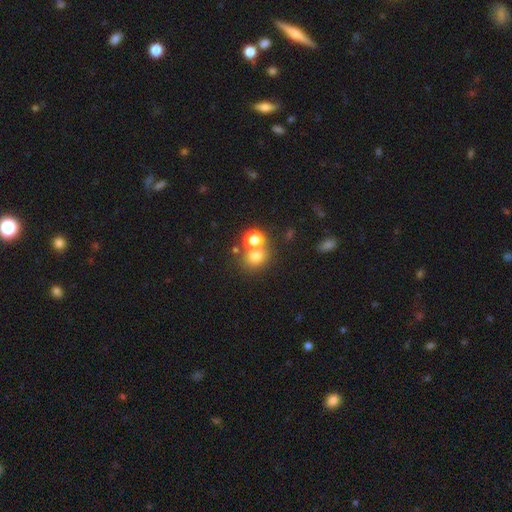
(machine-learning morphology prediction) Smooth or featured? smooth (72%)
How rounded? round (78%)
Merging? none (53%)